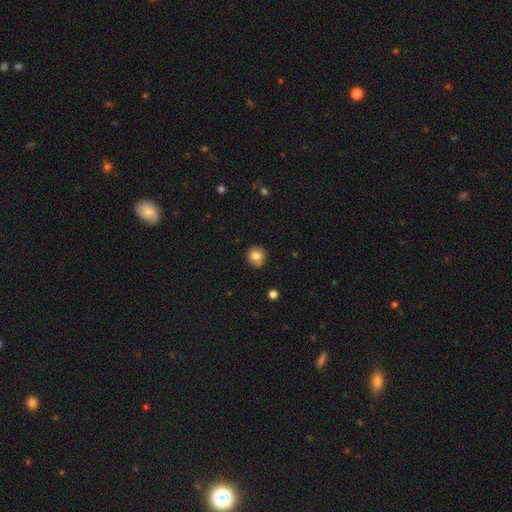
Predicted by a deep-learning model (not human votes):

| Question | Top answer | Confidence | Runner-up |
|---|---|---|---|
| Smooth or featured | smooth | 80% | star or artifact (10%) |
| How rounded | round | 89% | in between (10%) |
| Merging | none | 78% | minor disturbance (15%) |